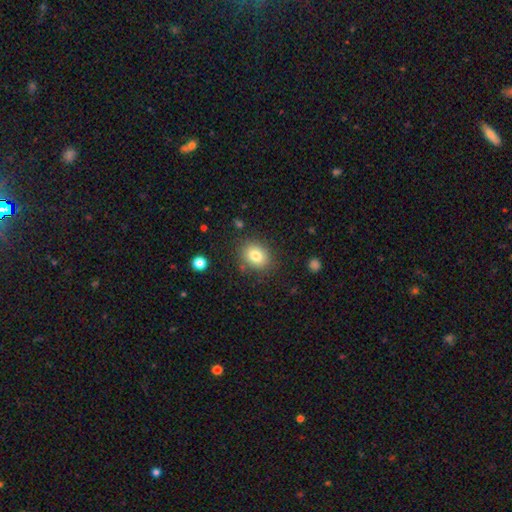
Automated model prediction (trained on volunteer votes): Smooth or featured: smooth — 80% (star or artifact — 11%)
How rounded: round — 59% (in between — 40%)
Merging: none — 83% (minor disturbance — 11%)